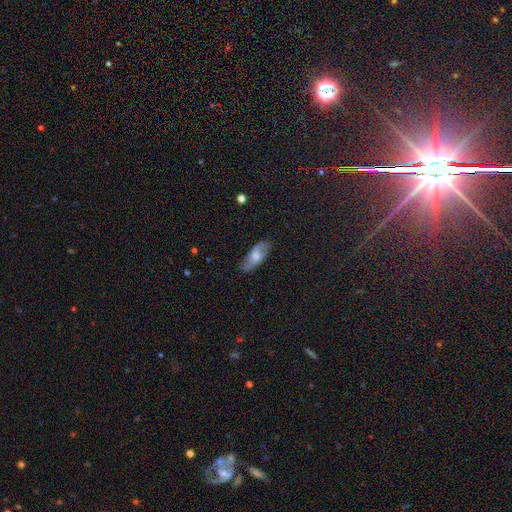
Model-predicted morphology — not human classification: Smooth or featured? smooth (49%)
Merging? none (82%)